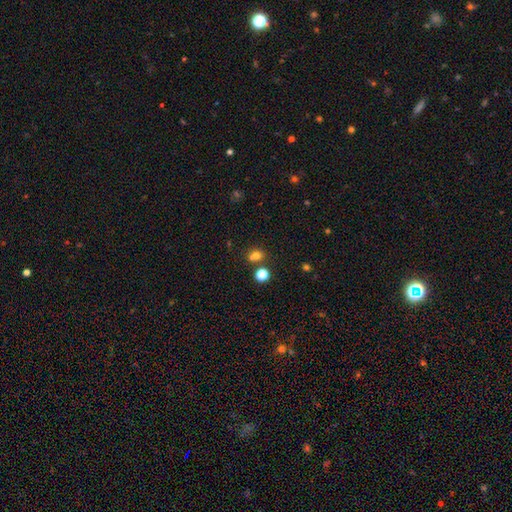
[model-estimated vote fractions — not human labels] This is likely a smooth galaxy (72%). How rounded: likely round (67%). Merging: likely none (60%).